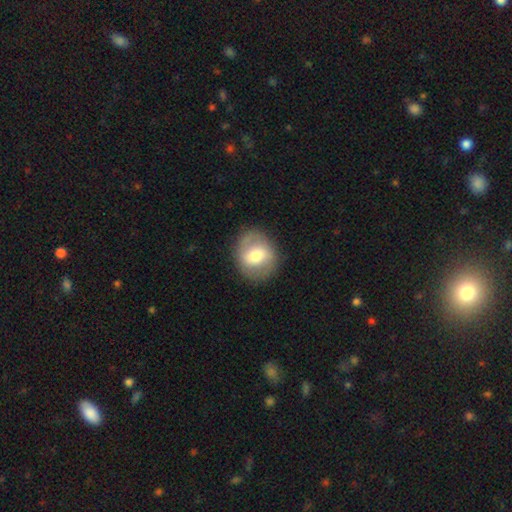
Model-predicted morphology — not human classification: Smooth or featured? Predicted: smooth (p=0.56). How rounded? Predicted: round (p=0.64). Merging? Predicted: none (p=0.83).